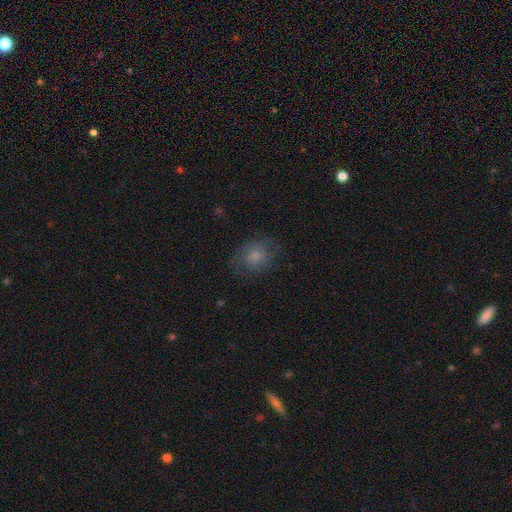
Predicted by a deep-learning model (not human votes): Smooth or featured? Predicted: smooth (p=0.72). How rounded? Predicted: round (p=0.56). Merging? Predicted: none (p=0.68).